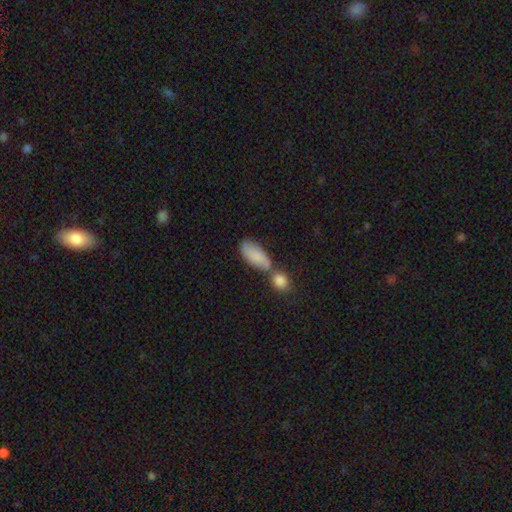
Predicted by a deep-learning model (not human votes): A smooth galaxy with no disk features (82%) that is in between round and cigar-shaped (86%). Merging: merger (45%).